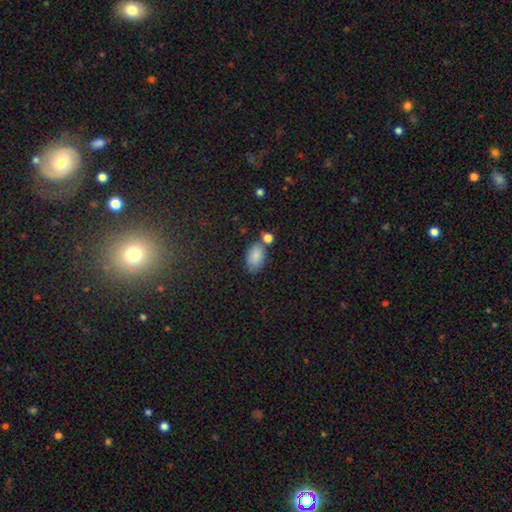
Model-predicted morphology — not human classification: smooth 86%, star or artifact 8%, featured or disk 6%. Down the decision tree: how rounded — in between (92%); merging — none (65%).